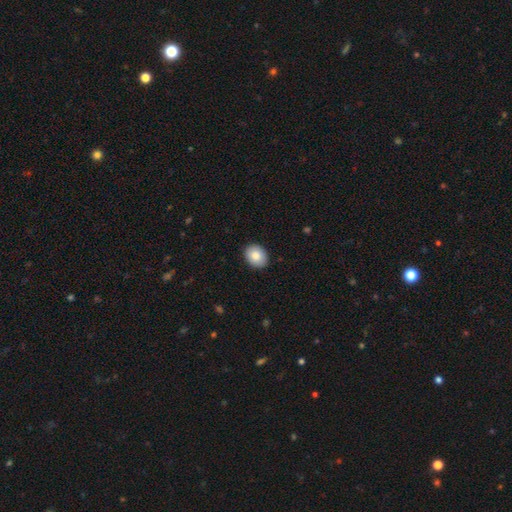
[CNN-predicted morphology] Overall: smooth (85%). How rounded: in between (60%; round 39%). Merging: none (90%).